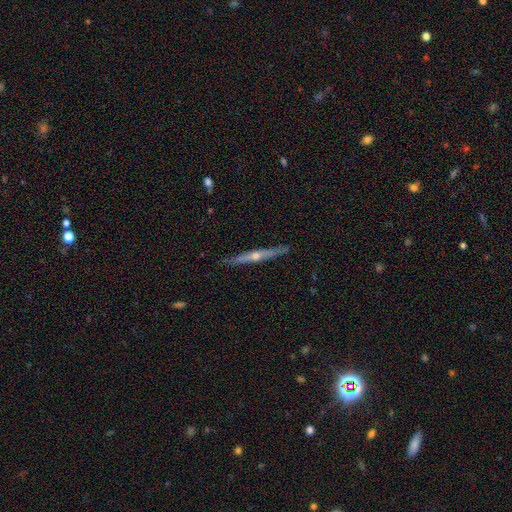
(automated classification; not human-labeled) This is likely a featured or disk galaxy (73%). It is clearly viewed edge-on (97%). Edge-on bulge: clearly rounded (83%). Merging: clearly none (88%).